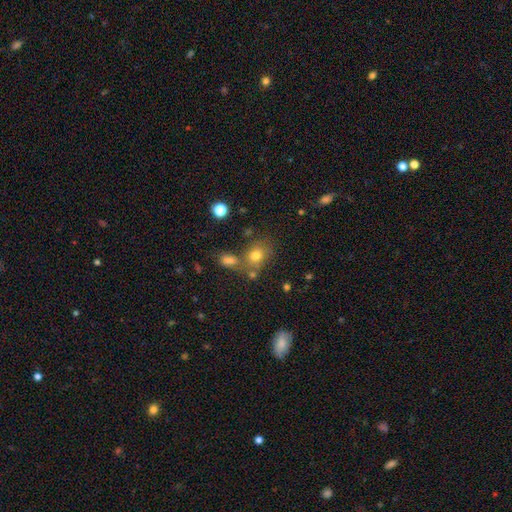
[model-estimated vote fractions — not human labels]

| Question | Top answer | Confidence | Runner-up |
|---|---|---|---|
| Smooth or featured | smooth | 73% | star or artifact (16%) |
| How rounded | round | 50% | in between (48%) |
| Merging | none | 58% | merger (23%) |